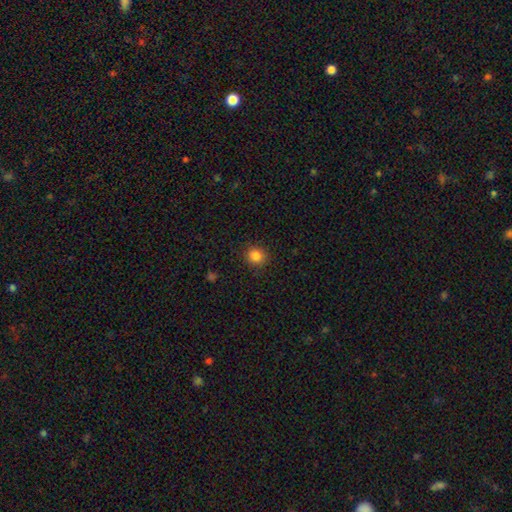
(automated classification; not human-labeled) Smooth or featured? smooth (85%)
How rounded? round (85%)
Merging? none (90%)